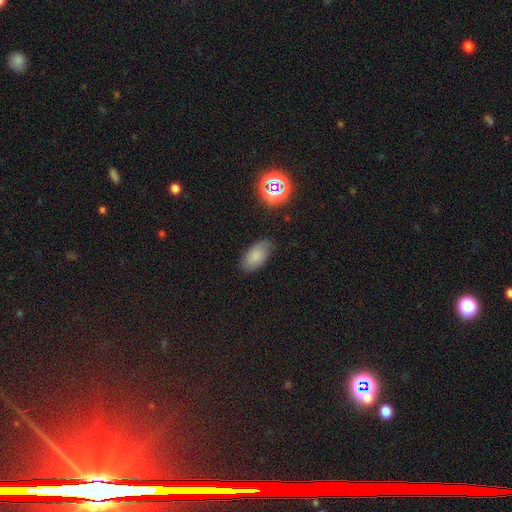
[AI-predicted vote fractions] Overall: smooth (79%). How rounded: in between (93%). Merging: none (80%).